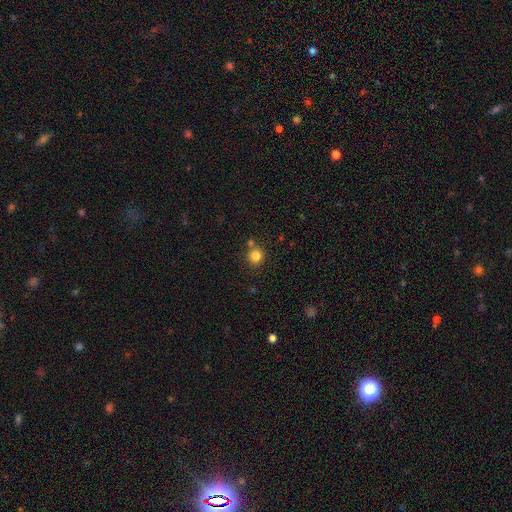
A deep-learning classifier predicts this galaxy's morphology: A smooth galaxy with no disk features (83%) that is round (92%). Merging: none (77%).